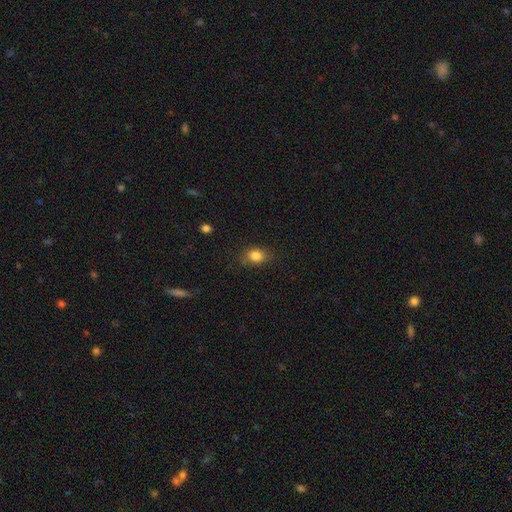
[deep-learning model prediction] A smooth galaxy with no disk features (84%) that is in between round and cigar-shaped (62%).

Vote fractions:
- Smooth or featured? smooth: 84% / star or artifact: 10% / featured or disk: 6%
- How rounded? in between: 62% / round: 36% / cigar-shaped: 1%
- Merging? none: 77% / minor disturbance: 17% / major disturbance: 5% / merger: 2%